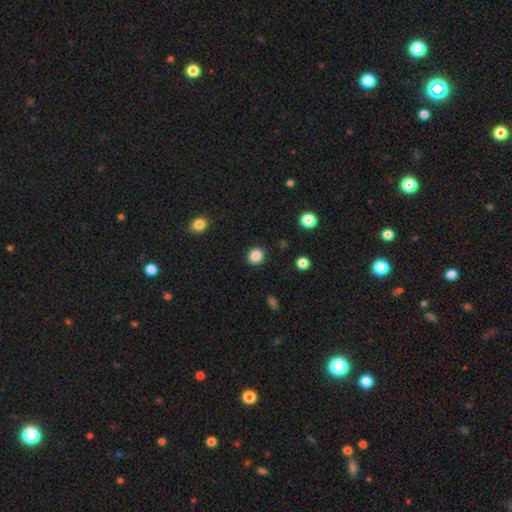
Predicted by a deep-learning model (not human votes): Smooth or featured? smooth (86%)
How rounded? round (80%)
Merging? none (90%)